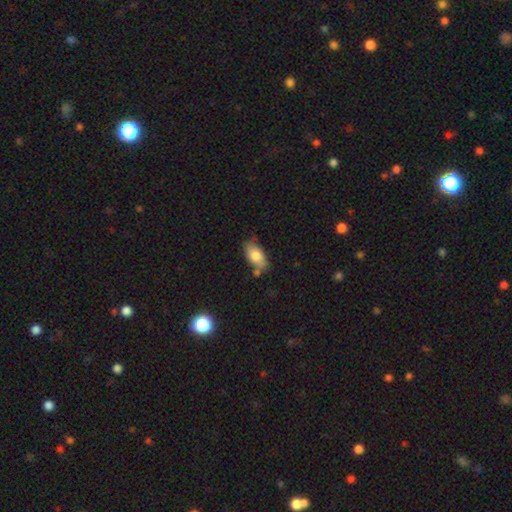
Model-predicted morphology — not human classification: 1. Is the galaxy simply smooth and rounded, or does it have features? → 76% smooth, 17% featured or disk, 7% star or artifact.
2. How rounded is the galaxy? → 91% in between, 5% cigar-shaped, 4% round.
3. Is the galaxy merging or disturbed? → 68% none, 20% minor disturbance, 9% merger, 4% major disturbance.